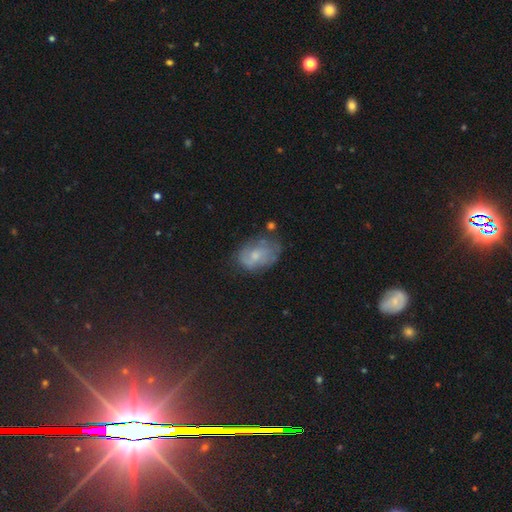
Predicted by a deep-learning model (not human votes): smooth-or-featured: smooth: 46% | featured or disk: 43% | star or artifact: 11%
  merging: none: 54% | minor disturbance: 29% | major disturbance: 13% | merger: 4%